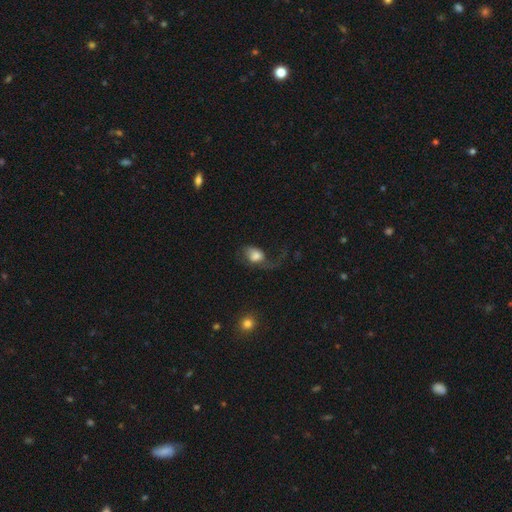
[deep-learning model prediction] smooth 63%, featured or disk 29%, star or artifact 8%. Down the decision tree: how rounded — in between (71%); merging — major disturbance (55%).